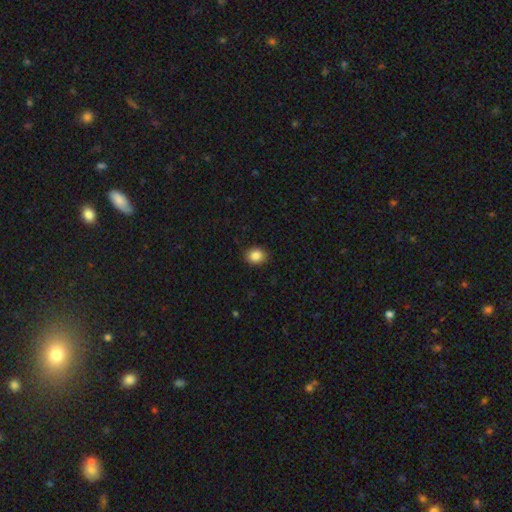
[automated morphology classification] Overall: smooth (86%). How rounded: round (60%; in between 39%). Merging: none (90%).